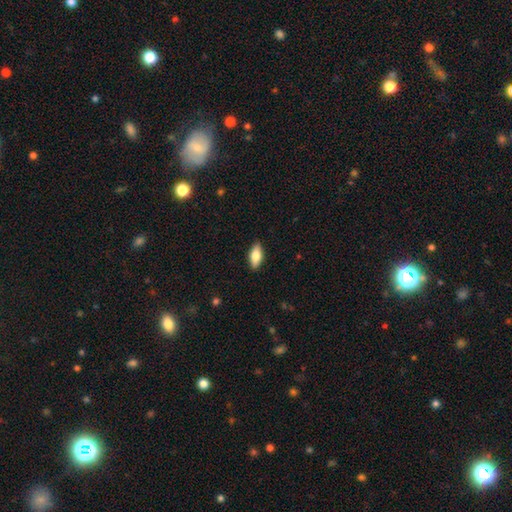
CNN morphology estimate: type=smooth (76%); roundness=in between (84%); merging=none (89%).